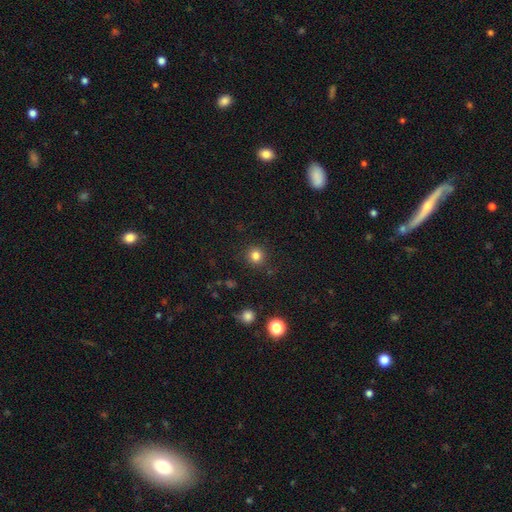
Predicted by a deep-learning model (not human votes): Smooth or featured?
  - smooth: 82% *
  - star or artifact: 13%
  - featured or disk: 5%
How rounded?
  - round: 92% *
  - in between: 7%
  - cigar-shaped: 1%
Merging?
  - none: 89% *
  - minor disturbance: 7%
  - major disturbance: 3%
  - merger: 2%